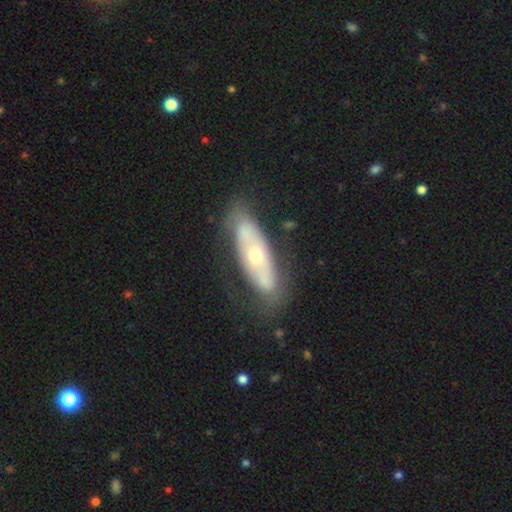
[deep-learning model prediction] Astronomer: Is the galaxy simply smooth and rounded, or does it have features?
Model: featured or disk — 60%.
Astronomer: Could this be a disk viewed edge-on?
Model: no — 75%.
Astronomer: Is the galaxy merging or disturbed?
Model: none — 72%.